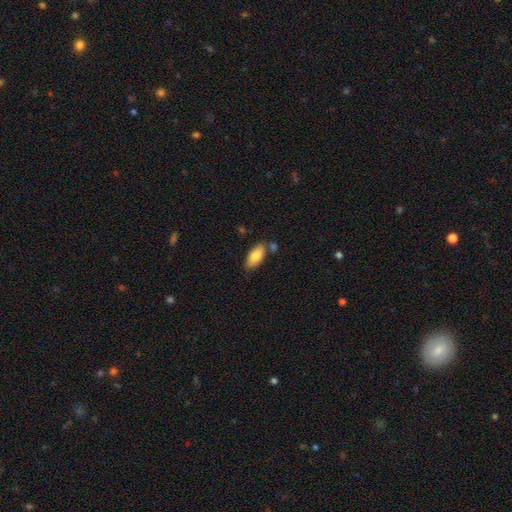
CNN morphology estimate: smooth_or_featured: smooth (p=0.82) [alt: featured or disk p=0.11]
how_rounded: in between (p=0.88) [alt: cigar-shaped p=0.10]
merging: none (p=0.74) [alt: minor disturbance p=0.14]